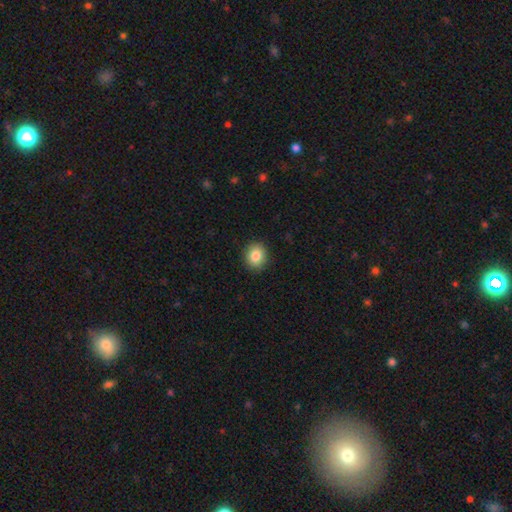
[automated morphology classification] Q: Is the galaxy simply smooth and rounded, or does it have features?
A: smooth — 86%.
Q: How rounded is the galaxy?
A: round — 70%.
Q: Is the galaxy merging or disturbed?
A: none — 90%.